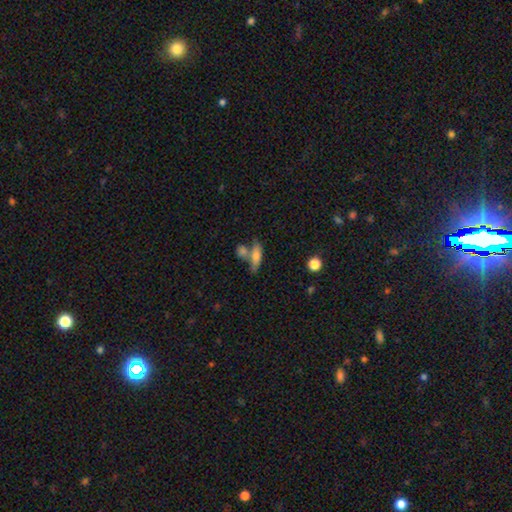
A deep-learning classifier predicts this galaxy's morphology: Overall: smooth (69%). How rounded: in between (48%, tied with cigar-shaped). Merging: none (48%; merger 33%).